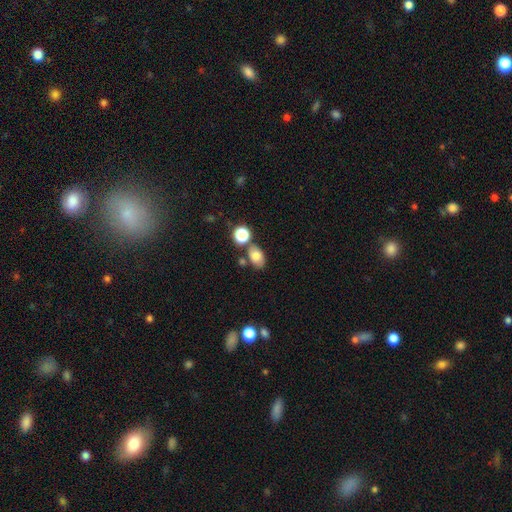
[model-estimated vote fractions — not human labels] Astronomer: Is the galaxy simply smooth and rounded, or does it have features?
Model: smooth — 76%.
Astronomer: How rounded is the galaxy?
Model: in between — 83%.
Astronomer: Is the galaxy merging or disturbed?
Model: none — 65%.